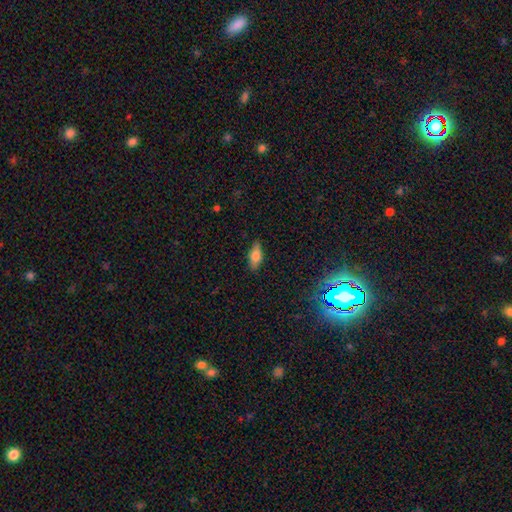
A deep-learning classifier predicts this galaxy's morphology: Q: Smooth or featured?
A: smooth (66%); runner-up: featured or disk (25%)
Q: How rounded?
A: in between (73%); runner-up: cigar-shaped (23%)
Q: Merging?
A: none (86%); runner-up: minor disturbance (11%)